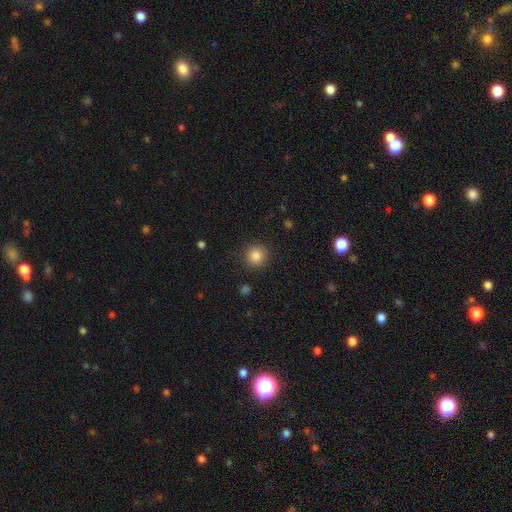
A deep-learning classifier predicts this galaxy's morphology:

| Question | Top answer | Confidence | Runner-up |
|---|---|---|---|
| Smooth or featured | smooth | 85% | star or artifact (10%) |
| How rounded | round | 92% | in between (7%) |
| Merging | none | 89% | minor disturbance (7%) |